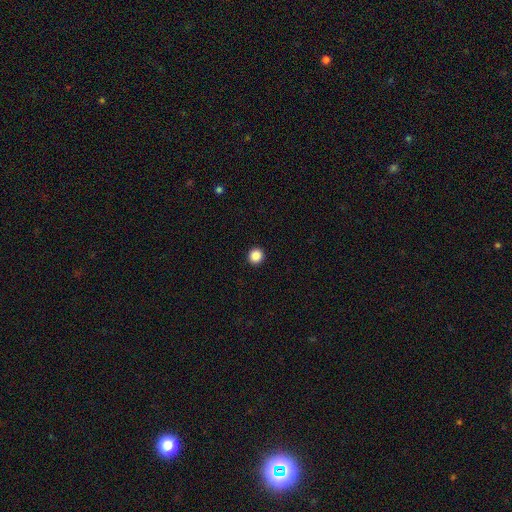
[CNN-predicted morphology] A smooth galaxy with no disk features (87%) that is round (94%).

Vote fractions:
- Smooth or featured? smooth: 87% / star or artifact: 10% / featured or disk: 2%
- How rounded? round: 94% / in between: 5% / cigar-shaped: 1%
- Merging? none: 94% / minor disturbance: 4% / major disturbance: 1% / merger: 1%